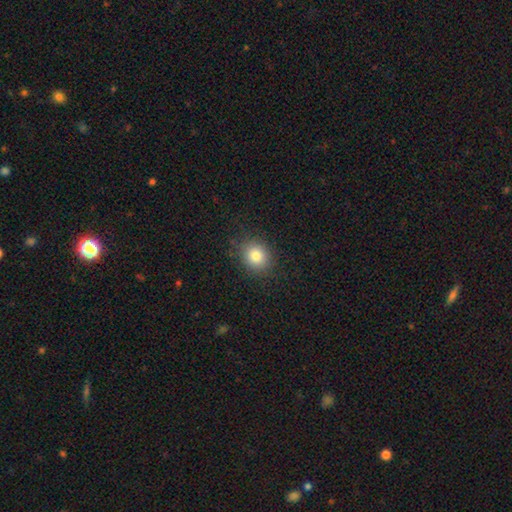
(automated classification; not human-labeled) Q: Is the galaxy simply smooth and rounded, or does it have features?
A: smooth — 81%.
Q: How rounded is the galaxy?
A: round — 77%.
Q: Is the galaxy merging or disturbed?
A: none — 86%.